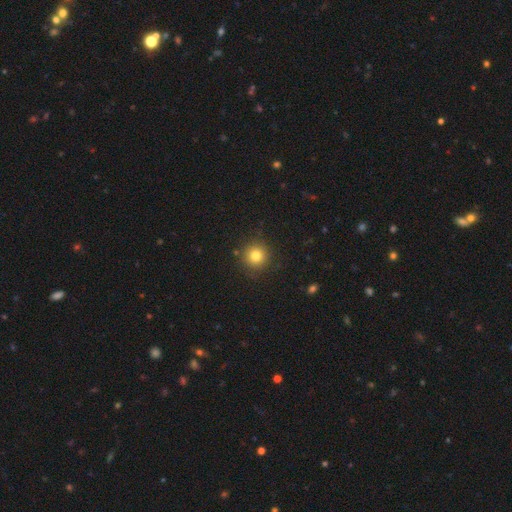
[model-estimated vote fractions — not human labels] Smooth or featured: smooth — 80% (star or artifact — 13%)
How rounded: round — 94% (in between — 5%)
Merging: none — 89% (minor disturbance — 7%)